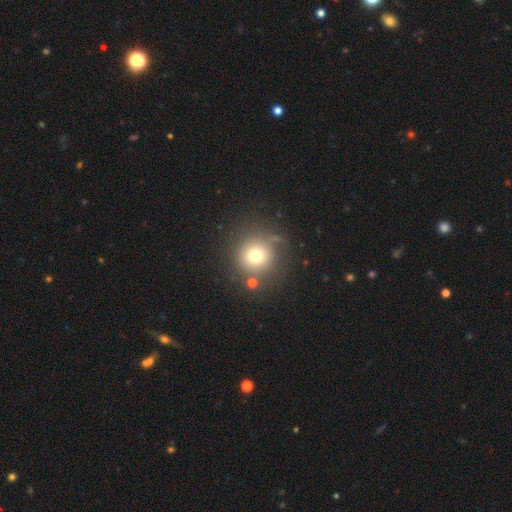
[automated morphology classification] Smooth or featured?
  - smooth: 71% *
  - star or artifact: 15%
  - featured or disk: 14%
How rounded?
  - round: 93% *
  - in between: 6%
  - cigar-shaped: 1%
Merging?
  - none: 71% *
  - minor disturbance: 14%
  - major disturbance: 8%
  - merger: 7%